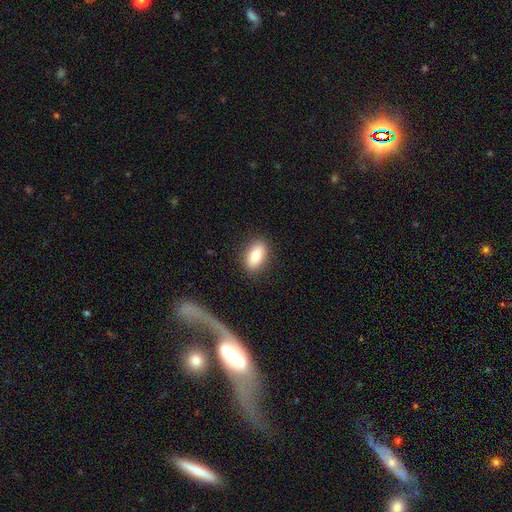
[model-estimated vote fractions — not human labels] This appears to be a smooth galaxy with no disk features (82%) that is in between round and cigar-shaped (88%). Merging: none (87%).